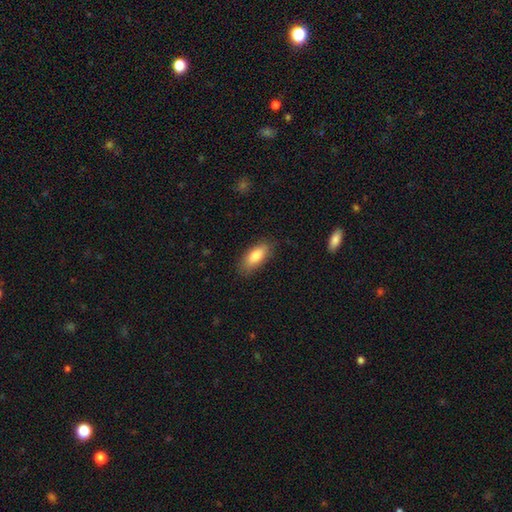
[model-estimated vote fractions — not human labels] smooth-or-featured: smooth: 82% | featured or disk: 12% | star or artifact: 6%
  how-rounded: in between: 82% | cigar-shaped: 16% | round: 2%
  merging: none: 83% | minor disturbance: 13% | major disturbance: 3% | merger: 1%